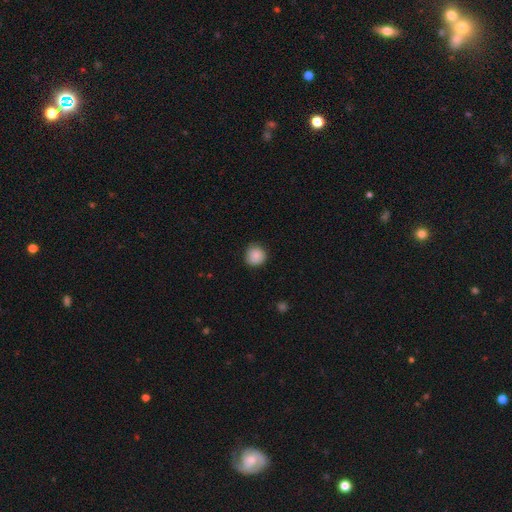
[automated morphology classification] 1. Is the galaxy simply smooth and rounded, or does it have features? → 87% smooth, 8% star or artifact, 5% featured or disk.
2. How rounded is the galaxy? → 93% round, 6% in between, 1% cigar-shaped.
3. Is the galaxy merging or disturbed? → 84% none, 12% minor disturbance, 2% major disturbance, 1% merger.